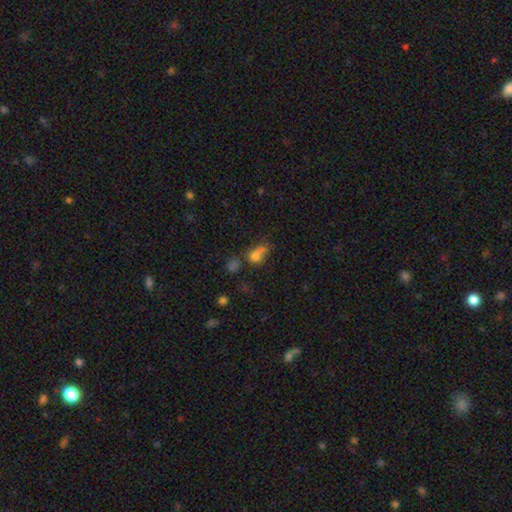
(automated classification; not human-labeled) smooth-or-featured: smooth: 68% | star or artifact: 18% | featured or disk: 14%
  how-rounded: in between: 54% | round: 42% | cigar-shaped: 4%
  merging: none: 31% | merger: 26% | major disturbance: 21% | minor disturbance: 21%